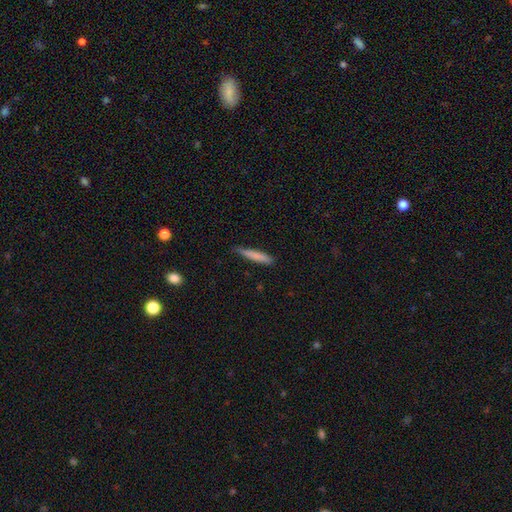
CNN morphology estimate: smooth 79%, featured or disk 15%, star or artifact 6%. Down the decision tree: how rounded — cigar-shaped (92%); merging — none (75%).